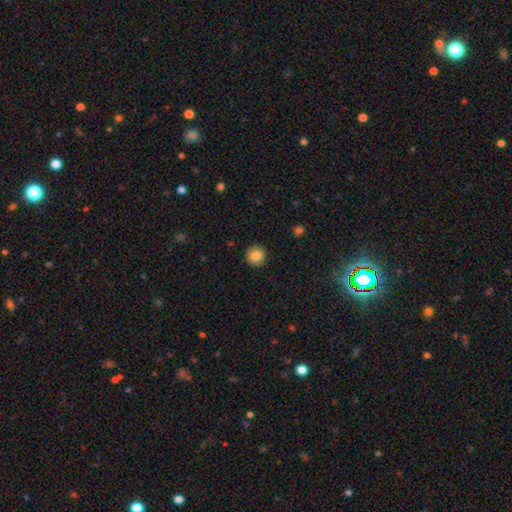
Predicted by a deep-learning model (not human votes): This appears to be a smooth galaxy with no disk features (86%) that is round (92%). Merging: none (91%).